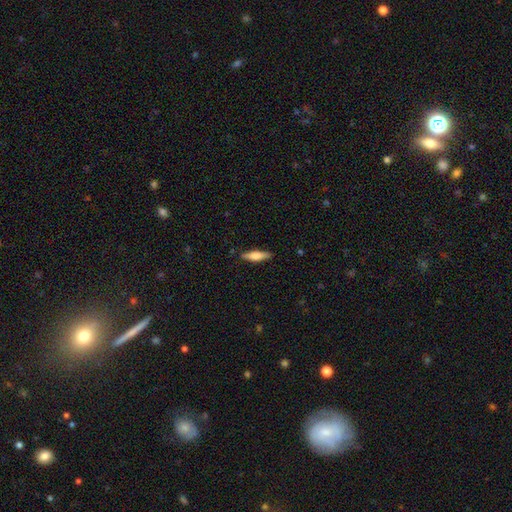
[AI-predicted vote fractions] Morphology: type=smooth (56%); roundness=cigar-shaped (67%); merging=none (87%).